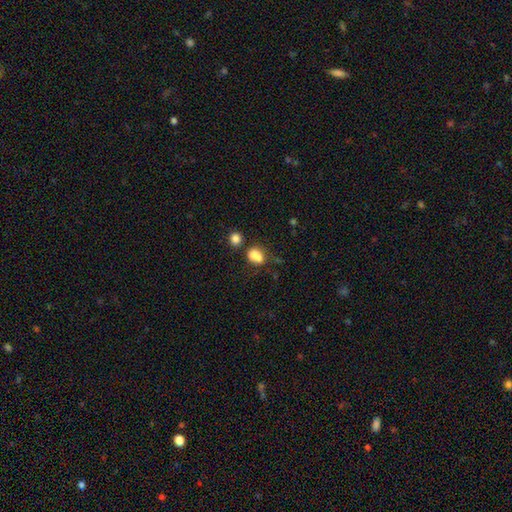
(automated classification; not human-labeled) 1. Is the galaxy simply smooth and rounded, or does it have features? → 79% smooth, 12% star or artifact, 9% featured or disk.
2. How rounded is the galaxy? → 66% in between, 31% round, 2% cigar-shaped.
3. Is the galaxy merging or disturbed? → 42% none, 26% merger, 21% minor disturbance, 11% major disturbance.